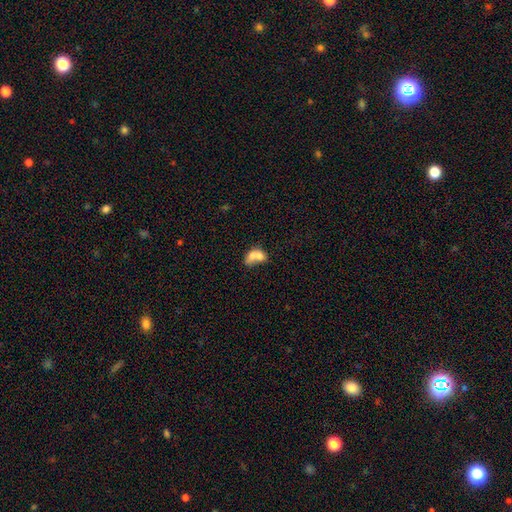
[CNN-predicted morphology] A smooth galaxy with no disk features (66%) that is in between round and cigar-shaped (67%). Merging: merger (73%).